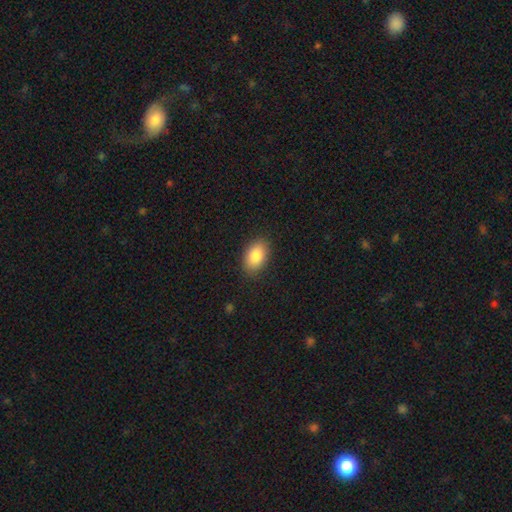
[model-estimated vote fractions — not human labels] Overall: smooth (86%). How rounded: in between (89%). Merging: none (87%).